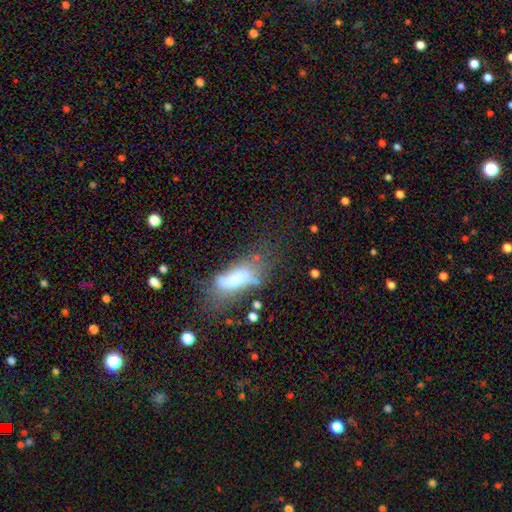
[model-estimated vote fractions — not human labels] Smooth or featured? Predicted: smooth (p=0.54). How rounded? Predicted: in between (p=0.63). Merging? Predicted: none (p=0.38).